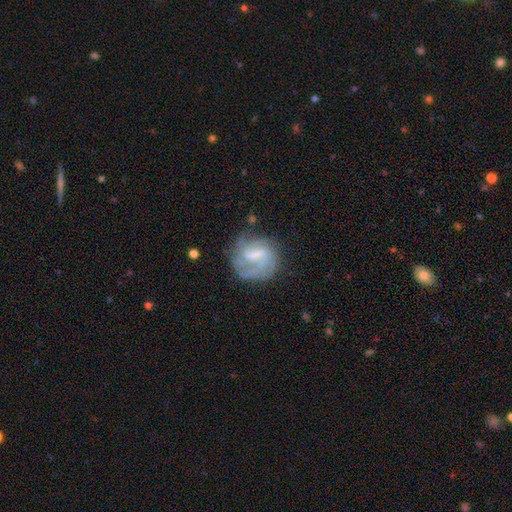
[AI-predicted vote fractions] smooth-or-featured: featured or disk: 66% | smooth: 27% | star or artifact: 7%
  disk-edge-on: no: 97% | yes: 3%
    bar: weak: 52% | strong: 29% | no: 19%
    has-spiral-arms: yes: 77% | no: 23%
    bulge-size: small: 32% (tied) | none: 32% (tied) | moderate: 29% | large: 6% | dominant: 1%
  merging: none: 57% | minor disturbance: 22% | major disturbance: 18% | merger: 3%